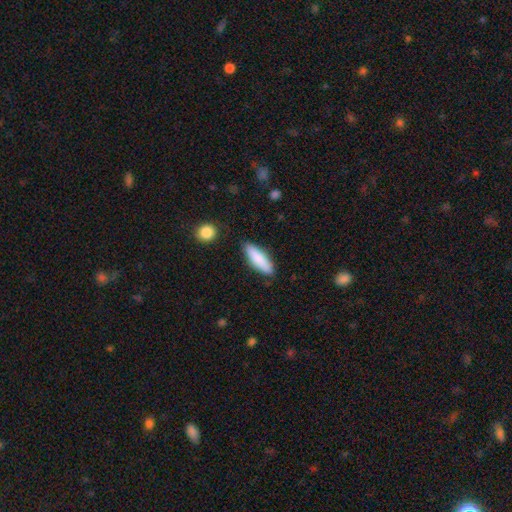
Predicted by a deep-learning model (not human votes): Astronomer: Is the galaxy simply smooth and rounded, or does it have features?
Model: smooth — 83%.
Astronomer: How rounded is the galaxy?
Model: cigar-shaped — 57% (runner-up: in between, 42%).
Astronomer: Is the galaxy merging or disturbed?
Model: none — 86%.